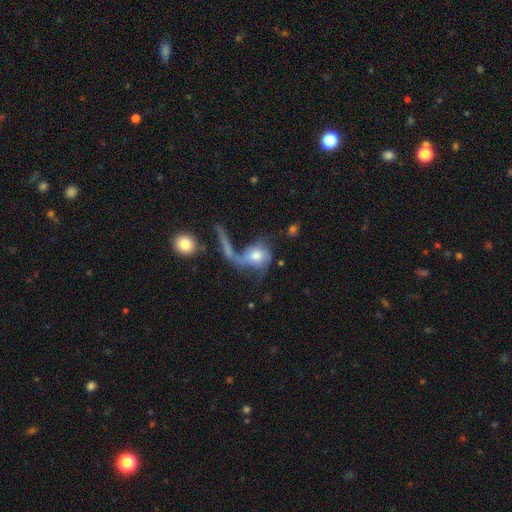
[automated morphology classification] Smooth or featured?
  - featured or disk: 46% *
  - smooth: 45%
  - star or artifact: 9%
Merging?
  - major disturbance: 34% *
  - merger: 31%
  - none: 23%
  - minor disturbance: 12%